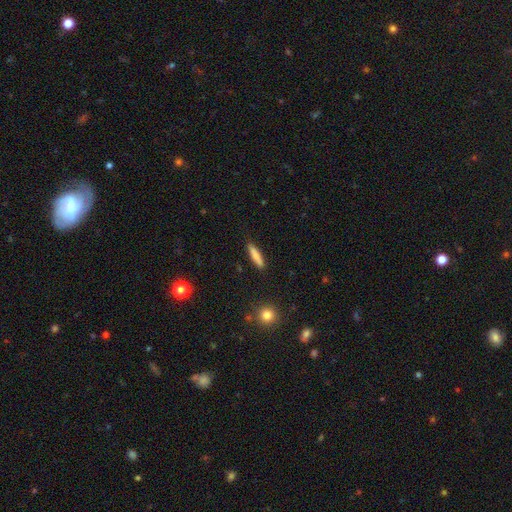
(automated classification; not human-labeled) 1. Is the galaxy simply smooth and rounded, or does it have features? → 79% smooth, 14% featured or disk, 7% star or artifact.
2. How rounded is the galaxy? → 87% cigar-shaped, 11% in between, 2% round.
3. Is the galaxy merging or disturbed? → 89% none, 8% minor disturbance, 2% major disturbance, 1% merger.